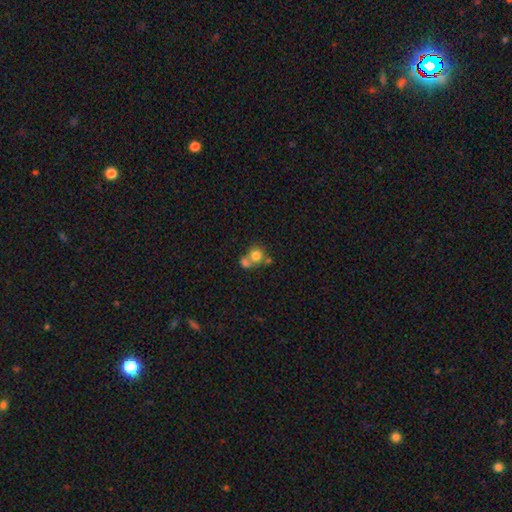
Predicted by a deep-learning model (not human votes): smooth 76%, featured or disk 13%, star or artifact 11%. Down the decision tree: how rounded — round (84%); merging — merger (52%).